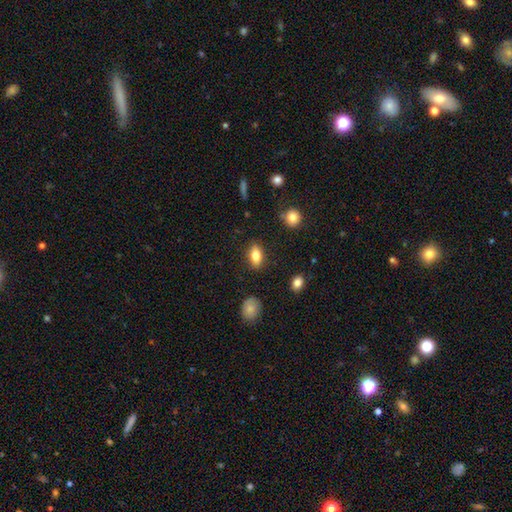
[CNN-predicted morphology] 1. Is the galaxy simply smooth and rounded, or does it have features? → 77% smooth, 14% featured or disk, 8% star or artifact.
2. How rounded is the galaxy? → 86% in between, 8% cigar-shaped, 7% round.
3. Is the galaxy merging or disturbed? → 86% none, 10% minor disturbance, 2% major disturbance, 2% merger.